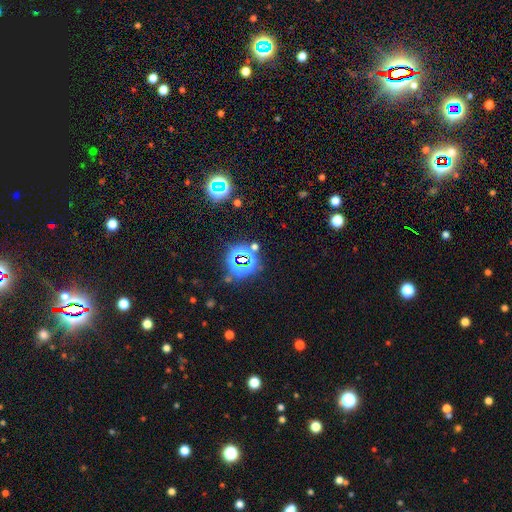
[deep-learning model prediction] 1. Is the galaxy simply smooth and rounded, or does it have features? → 73% star or artifact, 19% smooth, 8% featured or disk.